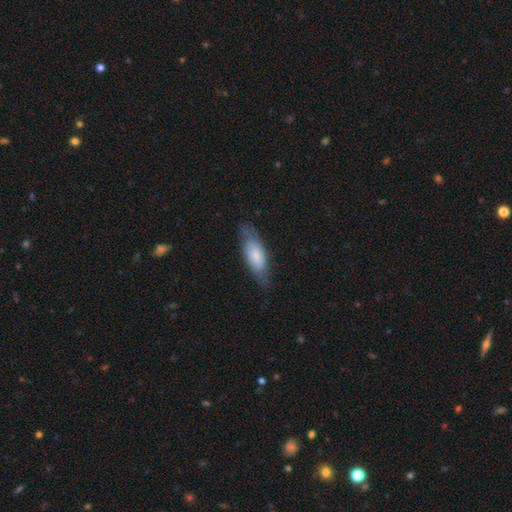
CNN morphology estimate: The model was most divided on "smooth or featured": smooth: 65%, featured or disk: 29%, star or artifact: 6%. More confident: how rounded — in between (71%); merging — none (69%).